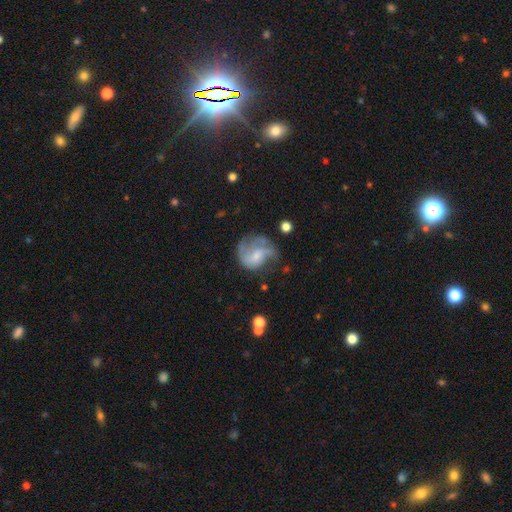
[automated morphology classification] A featured or disk galaxy (67%) with no bar (55%), 2 (30%) medium (43%) spiral arms (84%) and a small central bulge (53%).

Vote fractions:
- Smooth or featured? featured or disk: 67% / smooth: 25% / star or artifact: 8%
- Edge-on disk? no: 98% / yes: 2%
- Bar? no: 55% / weak: 38% / strong: 7%
- Spiral arms? yes: 84% / no: 16%
- Spiral winding? medium: 43% / loose: 35% / tight: 22%
- Spiral arm count? 2: 30% / 3: 26% / can't tell: 23% / 1: 11% / 4: 6% / more than 4: 4%
- Bulge size? small: 53% / moderate: 26% / none: 17% / large: 3% / dominant: 1%
- Merging? none: 45% / major disturbance: 27% / minor disturbance: 24% / merger: 4%